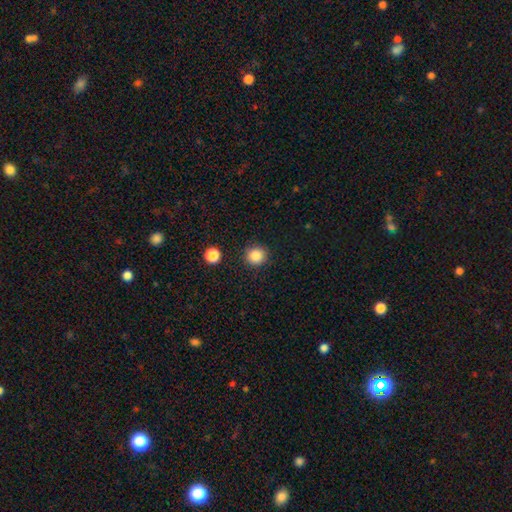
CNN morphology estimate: Smooth or featured? Predicted: smooth (p=0.86). How rounded? Predicted: round (p=0.93). Merging? Predicted: none (p=0.89).